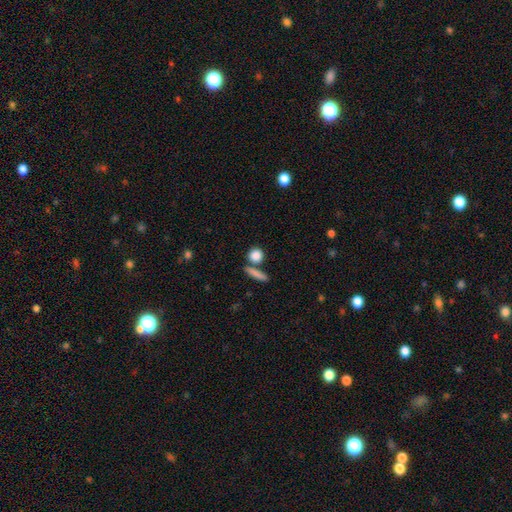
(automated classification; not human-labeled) Q: Smooth or featured?
A: smooth (85%); runner-up: star or artifact (8%)
Q: How rounded?
A: round (77%); runner-up: in between (16%)
Q: Merging?
A: none (69%); runner-up: merger (19%)